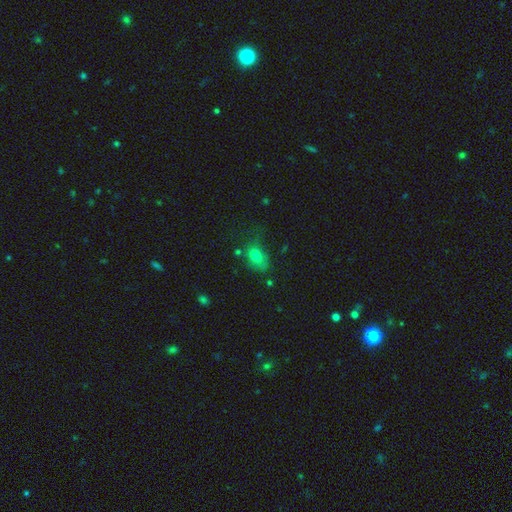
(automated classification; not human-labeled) Smooth or featured: smooth — 76% (featured or disk — 13%)
How rounded: in between — 76% (round — 22%)
Merging: none — 49% (minor disturbance — 29%)